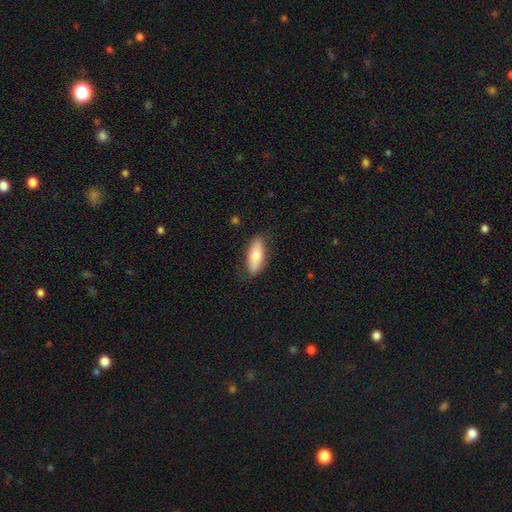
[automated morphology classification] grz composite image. It shows a smooth galaxy with no disk features (73%) that is in between round and cigar-shaped (78%). Merging: none (81%).